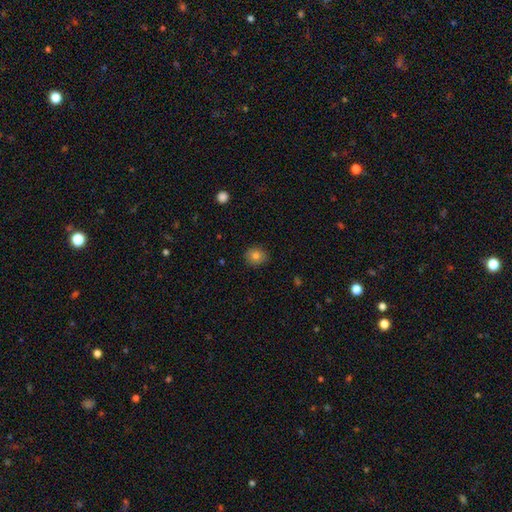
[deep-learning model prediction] smooth-or-featured: smooth: 81% | star or artifact: 11% | featured or disk: 8%
  how-rounded: round: 81% | in between: 18% | cigar-shaped: 1%
  merging: none: 88% | minor disturbance: 9% | major disturbance: 2% | merger: 1%